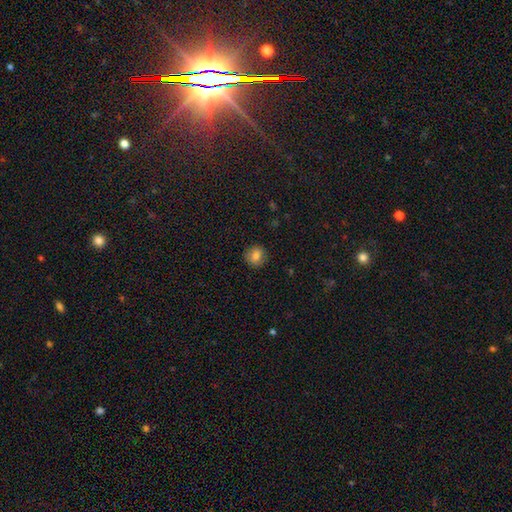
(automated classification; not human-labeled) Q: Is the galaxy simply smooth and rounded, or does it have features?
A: smooth — 82%.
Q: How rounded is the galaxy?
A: round — 86%.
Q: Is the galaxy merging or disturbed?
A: none — 88%.